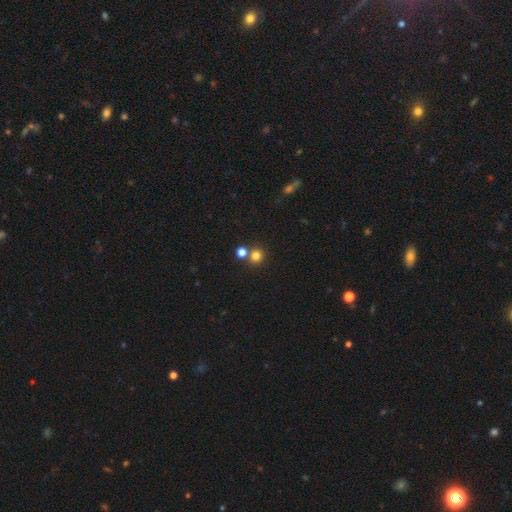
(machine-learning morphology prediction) A smooth galaxy with no disk features (78%) that is round (89%).

Vote fractions:
- Smooth or featured? smooth: 78% / star or artifact: 16% / featured or disk: 6%
- How rounded? round: 89% / in between: 10% / cigar-shaped: 1%
- Merging? none: 66% / merger: 25% / minor disturbance: 7% / major disturbance: 3%